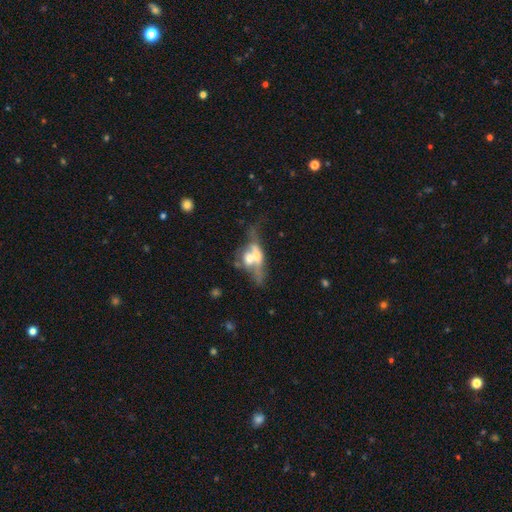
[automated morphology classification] Q: Smooth or featured?
A: featured or disk (58%); runner-up: smooth (33%)
Q: Edge-on disk?
A: no (60%); runner-up: yes (40%)
Q: Merging?
A: merger (65%); runner-up: none (16%)